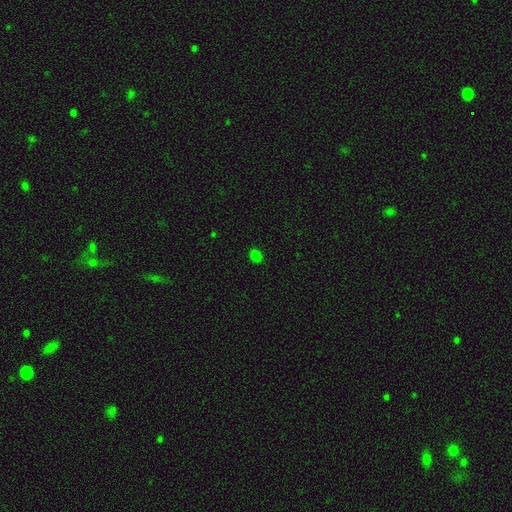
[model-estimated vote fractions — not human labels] Smooth or featured: smooth — 79% (star or artifact — 18%)
How rounded: in between — 54% (round — 45%)
Merging: none — 89% (minor disturbance — 8%)